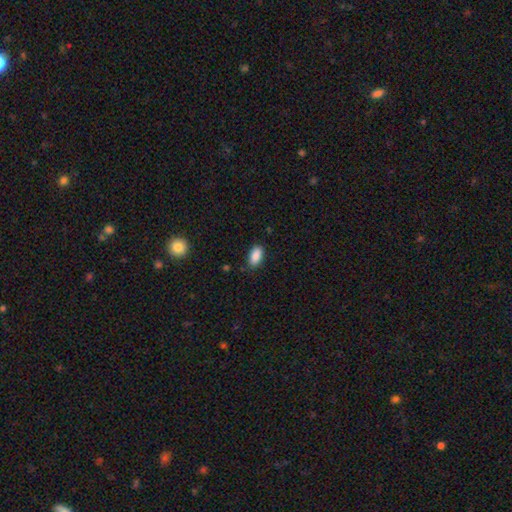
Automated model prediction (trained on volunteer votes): Smooth or featured? smooth (89%)
How rounded? in between (92%)
Merging? none (84%)